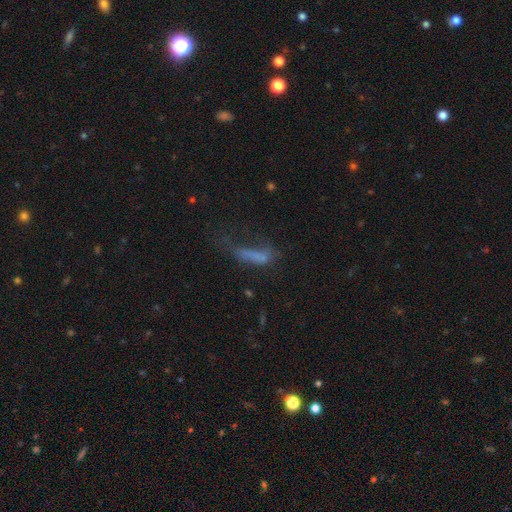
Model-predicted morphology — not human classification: This is possibly a smooth galaxy (53%). How rounded: possibly cigar-shaped (54%). Merging: possibly major disturbance (46%).